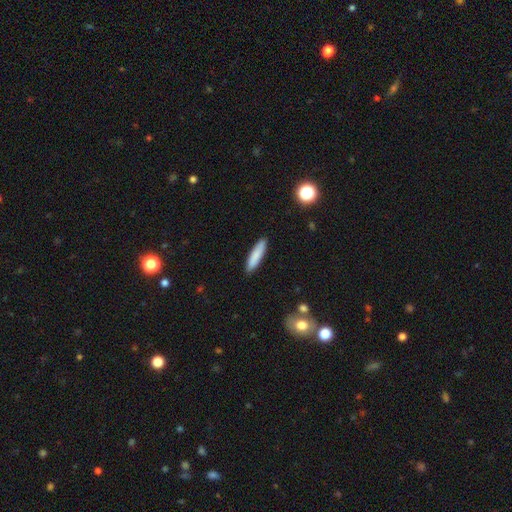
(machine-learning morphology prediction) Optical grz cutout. It shows a smooth galaxy with no disk features (84%) that is cigar-shaped (78%). Merging: none (90%).